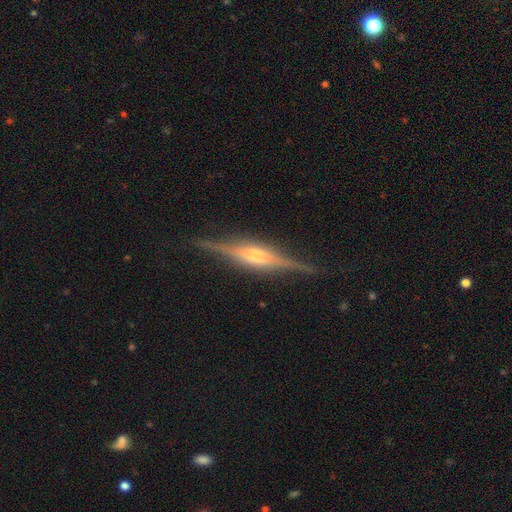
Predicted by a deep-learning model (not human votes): smooth-or-featured: featured or disk: 82% | smooth: 11% | star or artifact: 6%
  disk-edge-on: yes: 97% | no: 3%
    edge-on-bulge: rounded: 69% | boxy: 25% | none: 6%
  merging: none: 86% | minor disturbance: 10% | major disturbance: 2% | merger: 1%